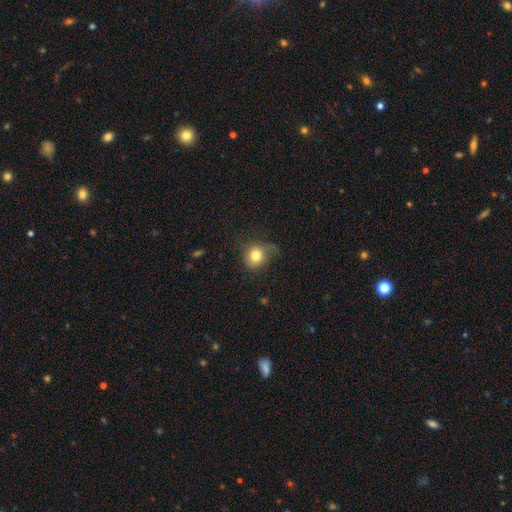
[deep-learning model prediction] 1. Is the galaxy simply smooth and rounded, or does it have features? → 78% smooth, 12% featured or disk, 10% star or artifact.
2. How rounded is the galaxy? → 77% round, 22% in between, 1% cigar-shaped.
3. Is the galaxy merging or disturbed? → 53% none, 28% minor disturbance, 17% major disturbance, 2% merger.